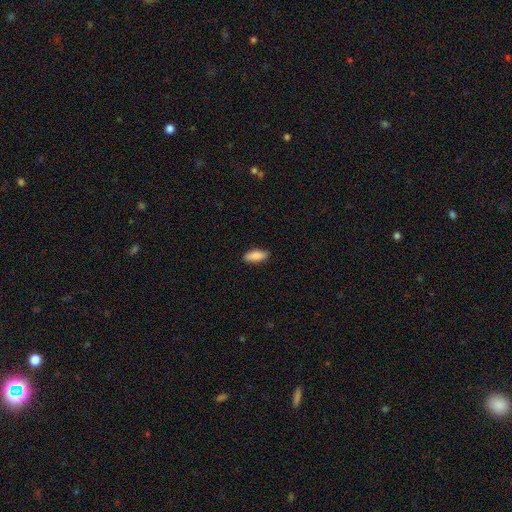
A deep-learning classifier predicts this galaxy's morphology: The model was most divided on "how rounded": in between: 73%, cigar-shaped: 25%, round: 2%. More confident: merging — none (88%); smooth or featured — smooth (88%).